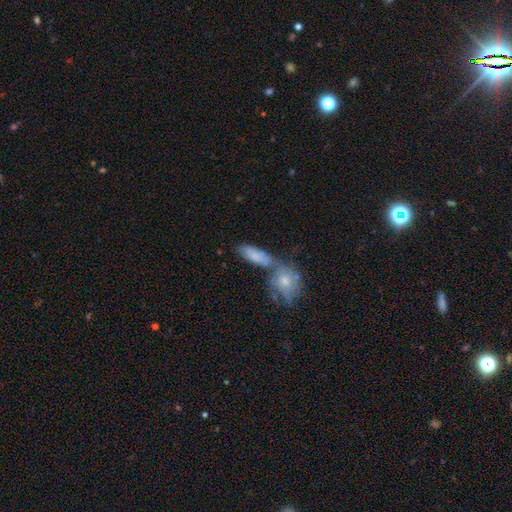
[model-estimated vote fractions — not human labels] smooth_or_featured: smooth (p=0.74) [alt: featured or disk p=0.19]
how_rounded: in between (p=0.73) [alt: cigar-shaped p=0.21]
merging: merger (p=0.49) [alt: none p=0.32]